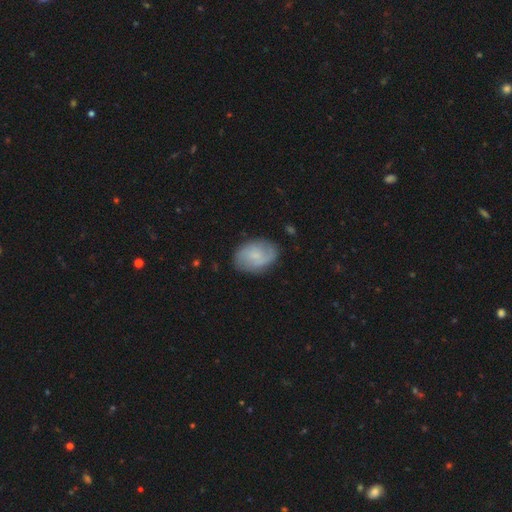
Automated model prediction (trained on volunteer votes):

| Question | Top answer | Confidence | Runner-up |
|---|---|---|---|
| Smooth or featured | featured or disk | 52% | smooth (41%) |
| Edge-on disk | no | 97% | yes (3%) |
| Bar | no | 53% | weak (41%) |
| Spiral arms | yes | 87% | no (13%) |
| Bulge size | small | 53% | none (23%) |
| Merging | none | 77% | minor disturbance (17%) |